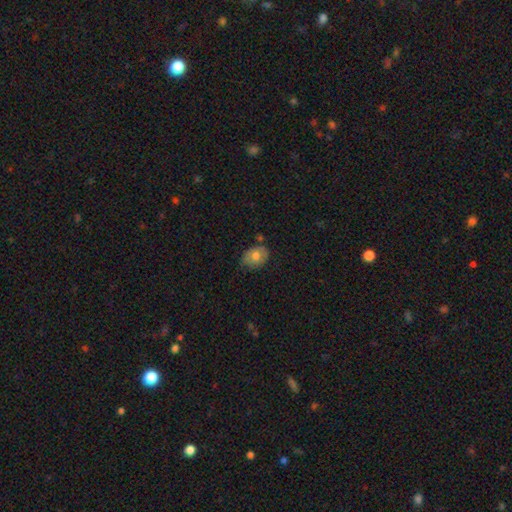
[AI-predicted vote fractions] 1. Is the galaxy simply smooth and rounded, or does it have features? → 69% smooth, 23% featured or disk, 8% star or artifact.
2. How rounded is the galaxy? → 62% in between, 37% round, 1% cigar-shaped.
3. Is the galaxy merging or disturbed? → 63% none, 27% minor disturbance, 5% major disturbance, 4% merger.